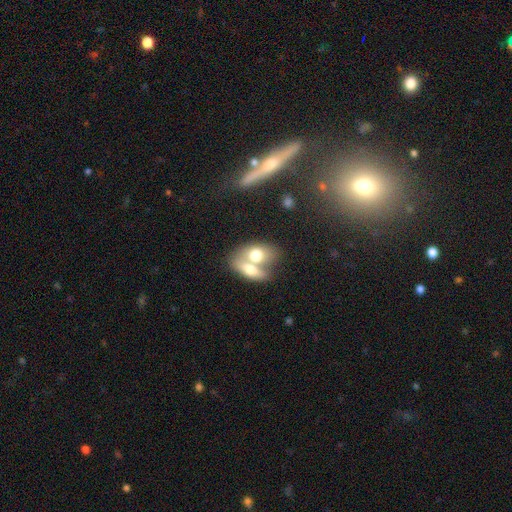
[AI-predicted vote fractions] A smooth galaxy with no disk features (65%) that is in between round and cigar-shaped (79%).

Vote fractions:
- Smooth or featured? smooth: 65% / featured or disk: 28% / star or artifact: 7%
- How rounded? in between: 79% / round: 15% / cigar-shaped: 6%
- Merging? merger: 69% / none: 20% / minor disturbance: 6% / major disturbance: 4%